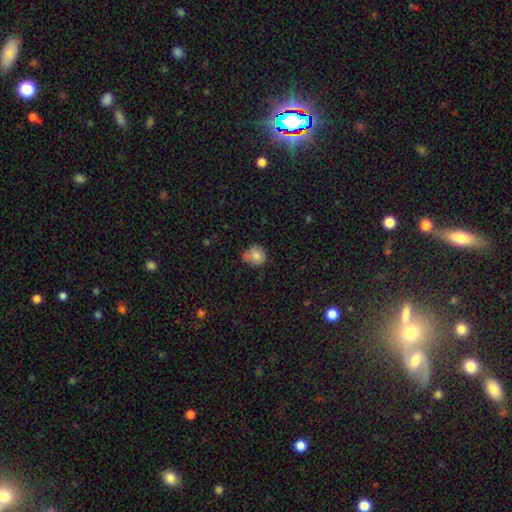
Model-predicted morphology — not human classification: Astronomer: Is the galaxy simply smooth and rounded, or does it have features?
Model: smooth — 78%.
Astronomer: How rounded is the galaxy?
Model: round — 75%.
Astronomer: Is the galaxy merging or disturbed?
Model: none — 54% (runner-up: minor disturbance, 34%).